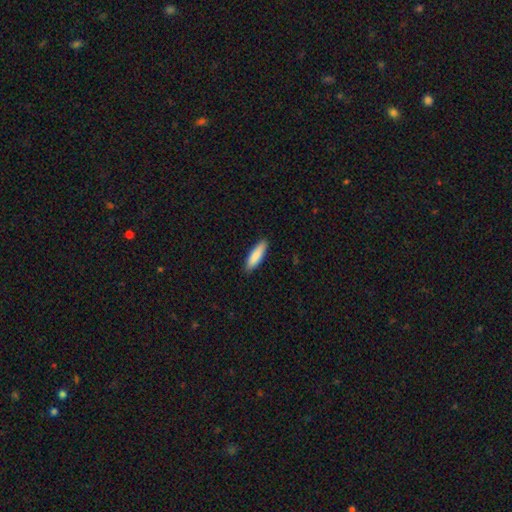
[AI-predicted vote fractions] smooth_or_featured: smooth (p=0.86) [alt: featured or disk p=0.08]
how_rounded: cigar-shaped (p=0.63) [alt: in between p=0.36]
merging: none (p=0.90) [alt: minor disturbance p=0.08]